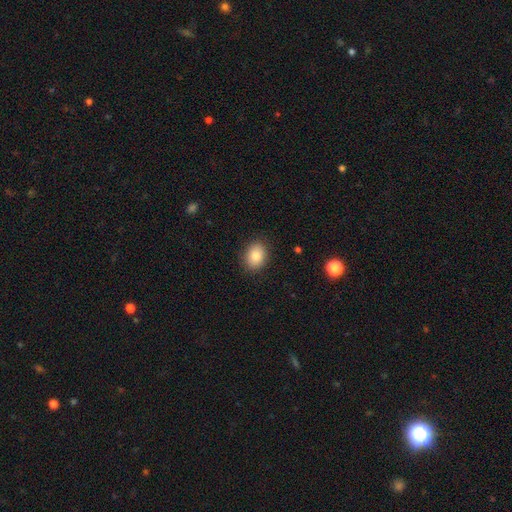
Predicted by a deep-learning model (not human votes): Morphology: type=smooth (84%); roundness=in between (63%); merging=none (88%).